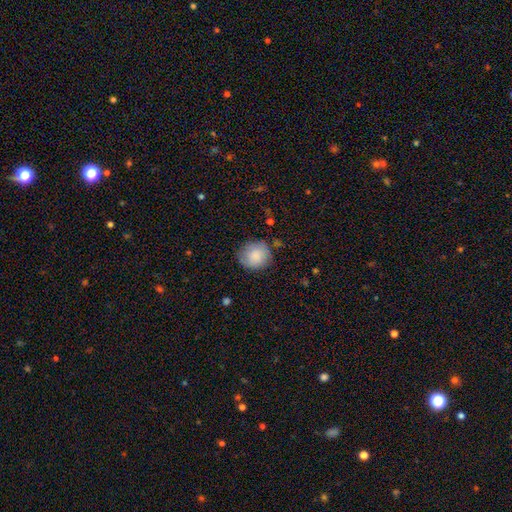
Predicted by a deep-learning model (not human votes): A smooth galaxy with no disk features (80%) that is round (87%).

Vote fractions:
- Smooth or featured? smooth: 80% / featured or disk: 13% / star or artifact: 7%
- How rounded? round: 87% / in between: 12% / cigar-shaped: 1%
- Merging? none: 77% / minor disturbance: 16% / major disturbance: 5% / merger: 2%